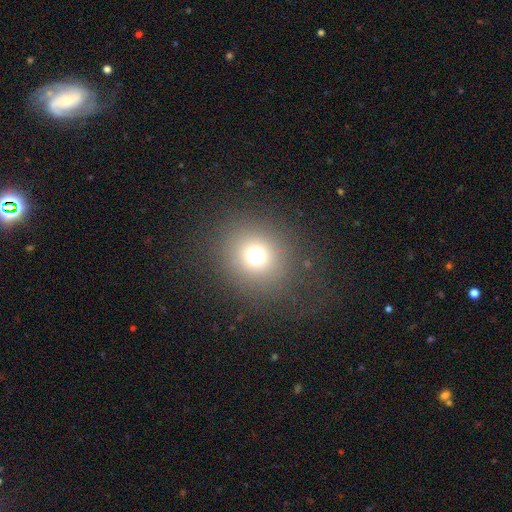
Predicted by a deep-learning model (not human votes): A smooth galaxy with no disk features (69%) that is round (89%). Merging: none (86%).